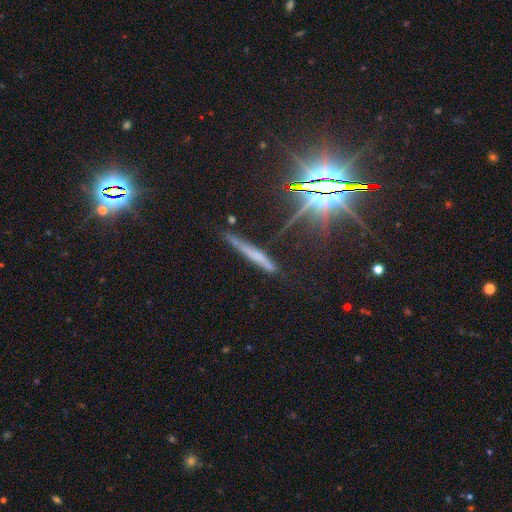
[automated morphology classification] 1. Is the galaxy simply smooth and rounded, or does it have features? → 38% featured or disk, 34% smooth, 28% star or artifact.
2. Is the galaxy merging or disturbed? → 70% none, 21% minor disturbance, 6% major disturbance, 4% merger.